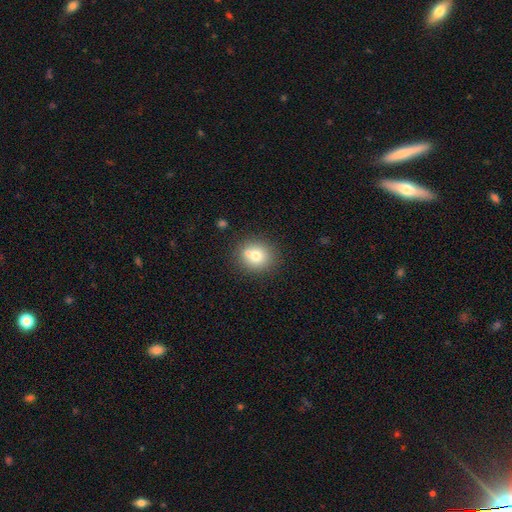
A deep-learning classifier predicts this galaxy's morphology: smooth-or-featured: smooth: 73% | featured or disk: 16% | star or artifact: 11%
  how-rounded: round: 83% | in between: 16% | cigar-shaped: 1%
  merging: none: 67% | merger: 19% | minor disturbance: 11% | major disturbance: 3%